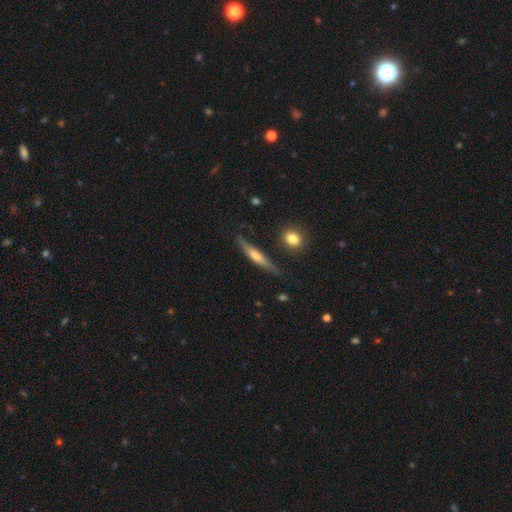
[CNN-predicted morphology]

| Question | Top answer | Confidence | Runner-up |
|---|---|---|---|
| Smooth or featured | featured or disk | 62% | smooth (31%) |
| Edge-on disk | yes | 94% | no (6%) |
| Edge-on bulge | rounded | 65% | none (20%) |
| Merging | none | 79% | minor disturbance (15%) |